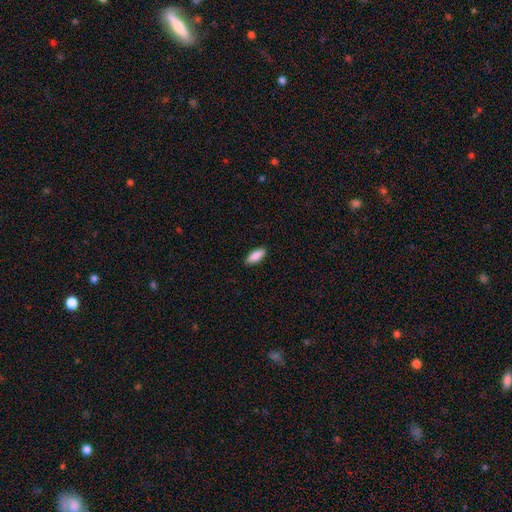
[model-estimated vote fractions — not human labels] Smooth or featured: smooth — 90% (star or artifact — 6%)
How rounded: in between — 86% (cigar-shaped — 12%)
Merging: none — 89% (minor disturbance — 8%)